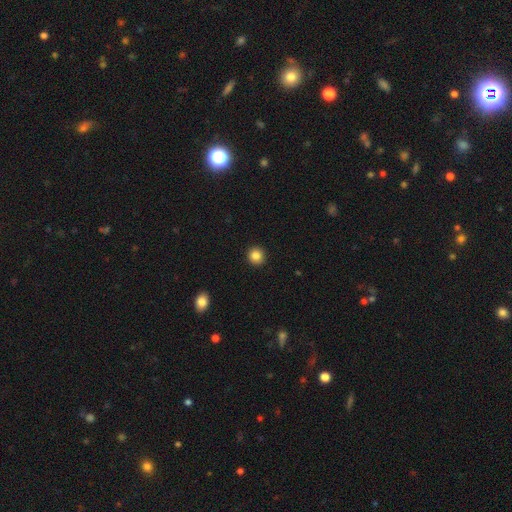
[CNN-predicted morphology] A smooth galaxy with no disk features (86%) that is round (91%). Merging: none (93%).